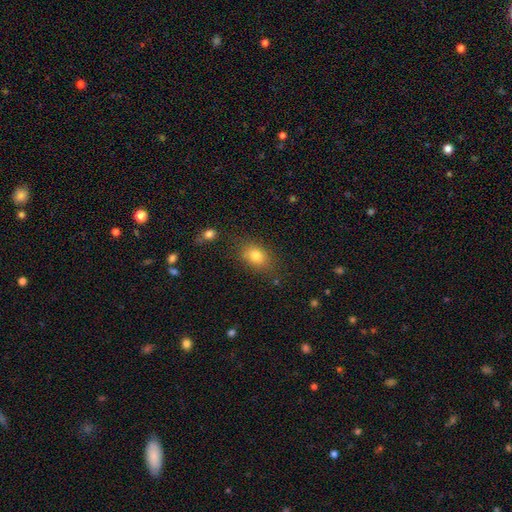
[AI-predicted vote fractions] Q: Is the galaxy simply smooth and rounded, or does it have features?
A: smooth — 79%.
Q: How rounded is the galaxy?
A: in between — 70%.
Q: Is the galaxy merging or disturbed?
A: none — 74%.